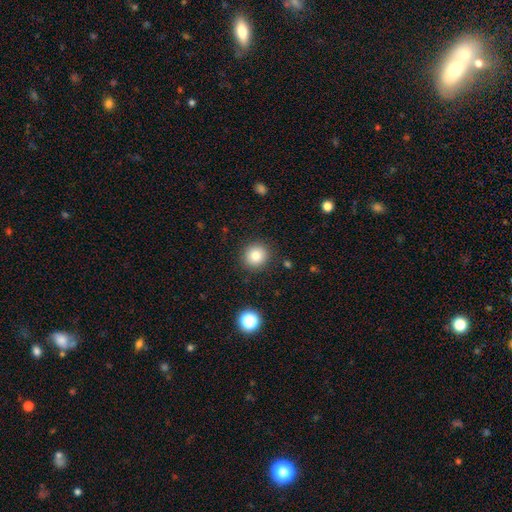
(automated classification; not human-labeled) smooth_or_featured: smooth (p=0.80) [alt: star or artifact p=0.12]
how_rounded: round (p=0.91) [alt: in between p=0.08]
merging: none (p=0.89) [alt: minor disturbance p=0.07]